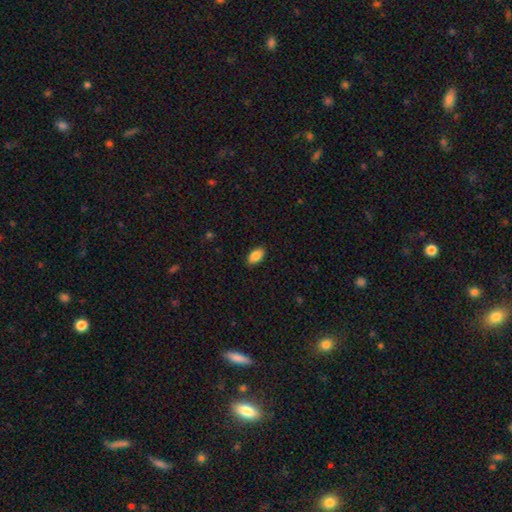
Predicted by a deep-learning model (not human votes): Smooth or featured? smooth (88%)
How rounded? in between (94%)
Merging? none (88%)